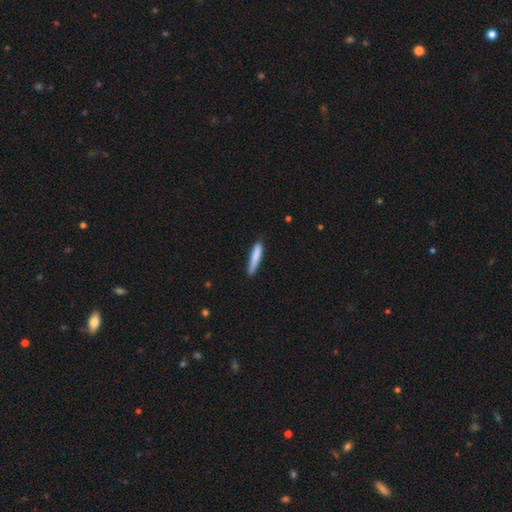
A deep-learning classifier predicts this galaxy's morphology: The model was most divided on "merging": none: 77%, minor disturbance: 18%, major disturbance: 3%, merger: 2%. More confident: how rounded — cigar-shaped (90%); smooth or featured — smooth (82%).